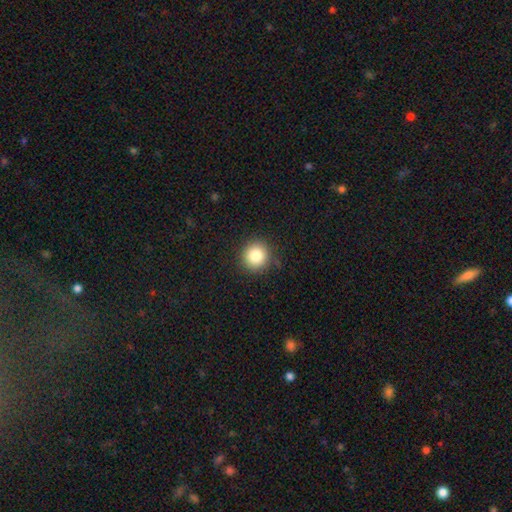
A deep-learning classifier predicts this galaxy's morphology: Smooth or featured? smooth (84%)
How rounded? round (93%)
Merging? none (89%)